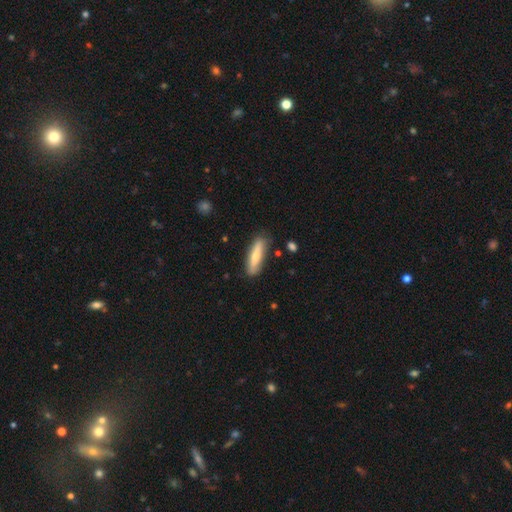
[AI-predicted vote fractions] Smooth or featured? smooth (68%)
How rounded? cigar-shaped (69%)
Merging? none (82%)